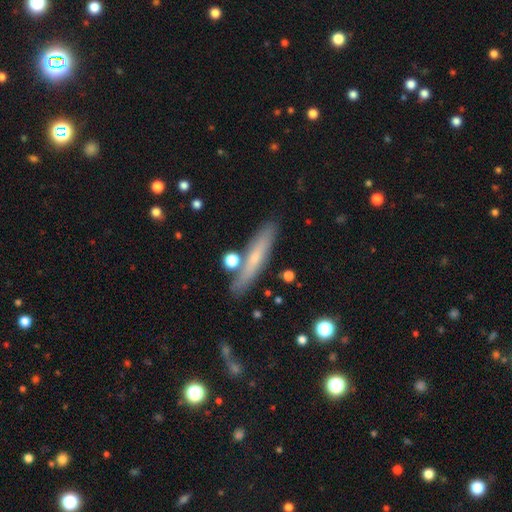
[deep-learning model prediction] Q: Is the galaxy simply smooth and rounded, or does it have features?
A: smooth — 54%.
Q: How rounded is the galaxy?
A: cigar-shaped — 88%.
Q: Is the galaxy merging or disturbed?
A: none — 80%.